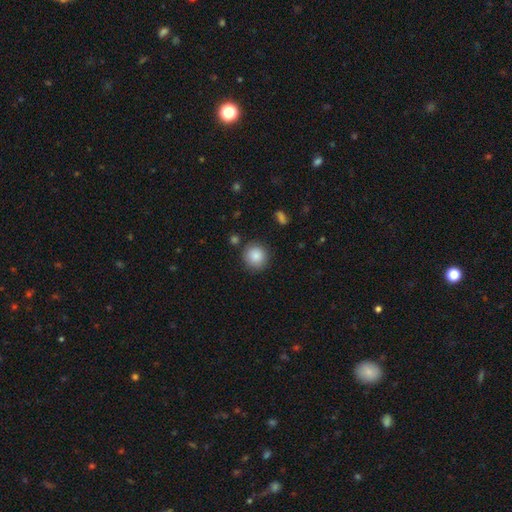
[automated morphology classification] Q: Smooth or featured?
A: smooth (87%); runner-up: star or artifact (8%)
Q: How rounded?
A: round (91%); runner-up: in between (8%)
Q: Merging?
A: none (86%); runner-up: minor disturbance (9%)